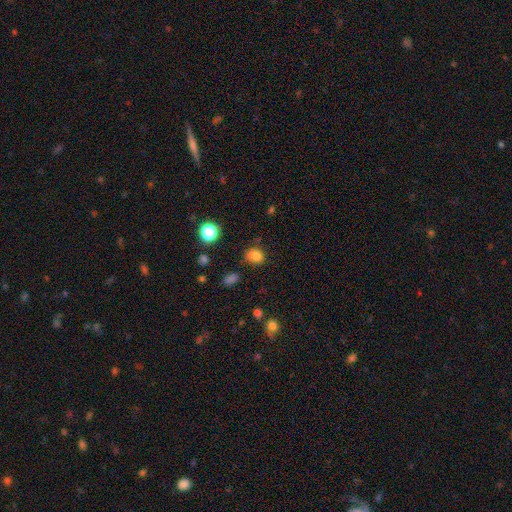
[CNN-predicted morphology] type=smooth (77%); roundness=round (69%); merging=none (61%).